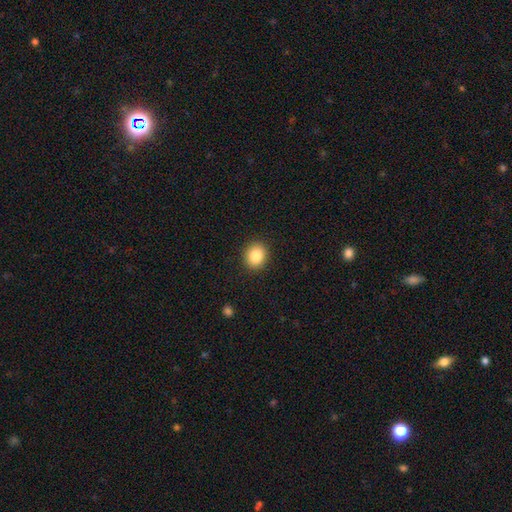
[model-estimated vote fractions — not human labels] The model was most divided on "how rounded": round: 71%, in between: 28%, cigar-shaped: 1%. More confident: merging — none (90%); smooth or featured — smooth (87%).